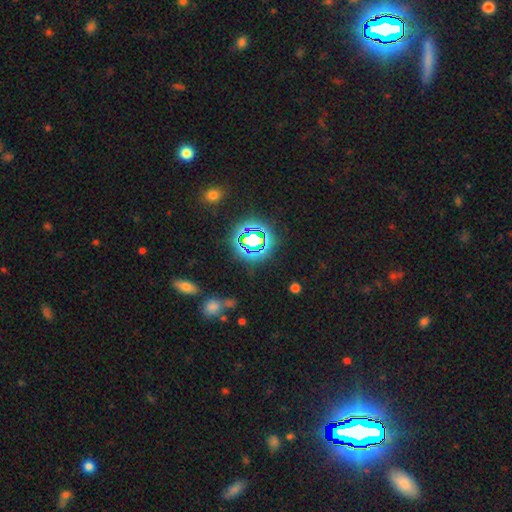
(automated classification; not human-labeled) Morphology: type=star or artifact (76%).